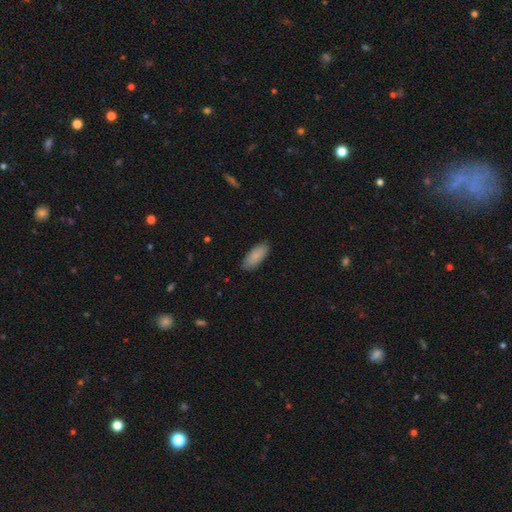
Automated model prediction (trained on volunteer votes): A smooth galaxy with no disk features (87%) that is in between round and cigar-shaped (83%).

Vote fractions:
- Smooth or featured? smooth: 87% / featured or disk: 7% / star or artifact: 6%
- How rounded? in between: 83% / cigar-shaped: 15% / round: 2%
- Merging? none: 85% / minor disturbance: 12% / major disturbance: 2% / merger: 1%